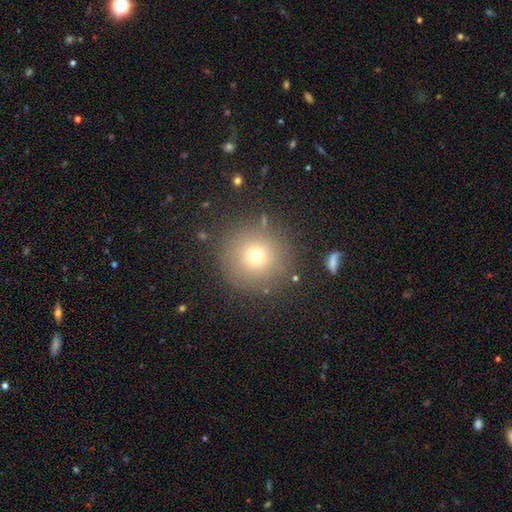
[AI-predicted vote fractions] smooth-or-featured: smooth: 70% | star or artifact: 18% | featured or disk: 12%
  how-rounded: round: 95% | in between: 4% | cigar-shaped: 1%
  merging: none: 86% | minor disturbance: 8% | major disturbance: 4% | merger: 3%